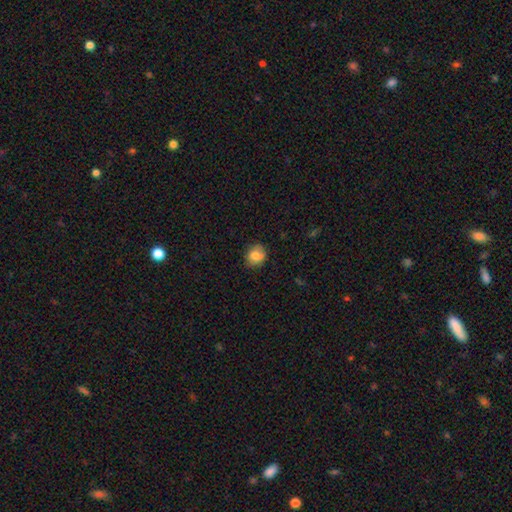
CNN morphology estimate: Smooth or featured? Predicted: smooth (p=0.79). How rounded? Predicted: round (p=0.63). Merging? Predicted: none (p=0.77).